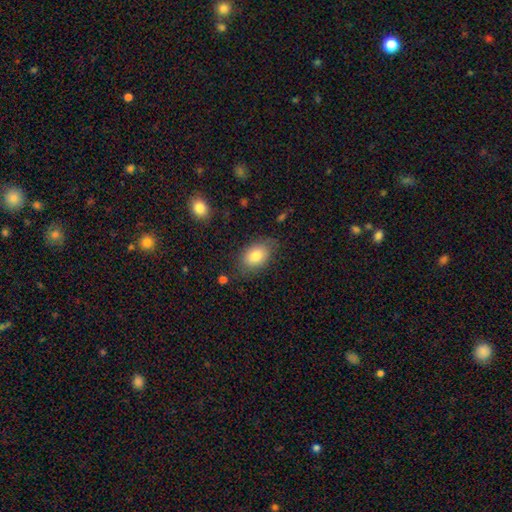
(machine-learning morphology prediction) Q: Smooth or featured?
A: smooth (80%); runner-up: featured or disk (12%)
Q: How rounded?
A: in between (84%); runner-up: round (15%)
Q: Merging?
A: none (74%); runner-up: minor disturbance (19%)